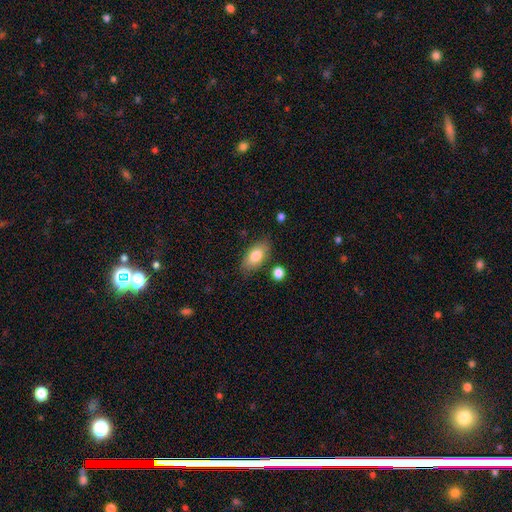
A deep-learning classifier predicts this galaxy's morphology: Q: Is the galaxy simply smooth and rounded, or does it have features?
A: smooth — 81%.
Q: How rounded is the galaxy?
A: in between — 90%.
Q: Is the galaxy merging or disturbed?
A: none — 80%.